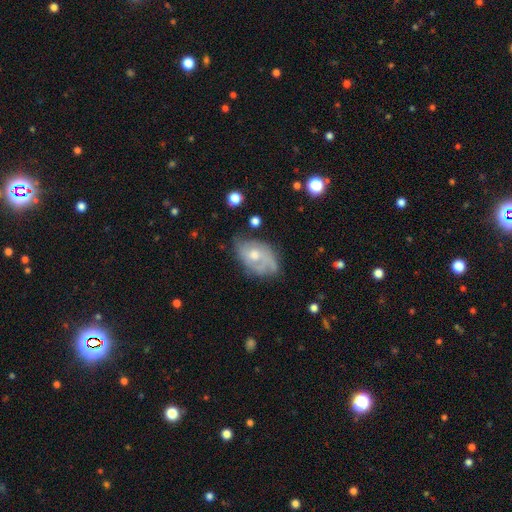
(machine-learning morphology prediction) A featured or disk galaxy (62%) with no bar (76%), spiral arms (73%) and a moderate central bulge (63%).

Vote fractions:
- Smooth or featured? featured or disk: 62% / smooth: 31% / star or artifact: 8%
- Edge-on disk? no: 94% / yes: 6%
- Bar? no: 76% / weak: 21% / strong: 3%
- Spiral arms? yes: 73% / no: 27%
- Bulge size? moderate: 63% / small: 29% / large: 5% / none: 3% / dominant: 1%
- Merging? none: 51% / minor disturbance: 30% / major disturbance: 15% / merger: 3%